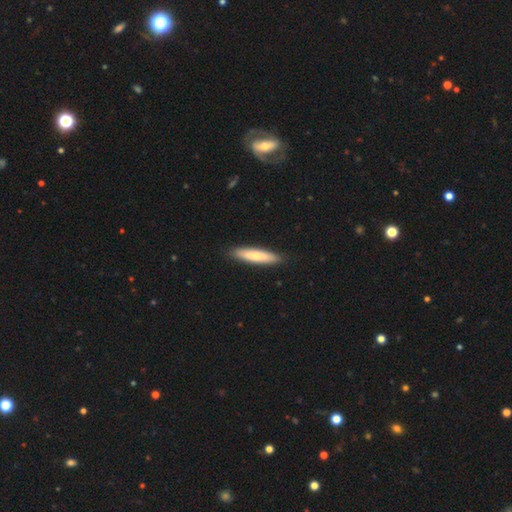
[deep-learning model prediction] This is likely a smooth galaxy (71%). How rounded: clearly cigar-shaped (84%). Merging: clearly none (89%).